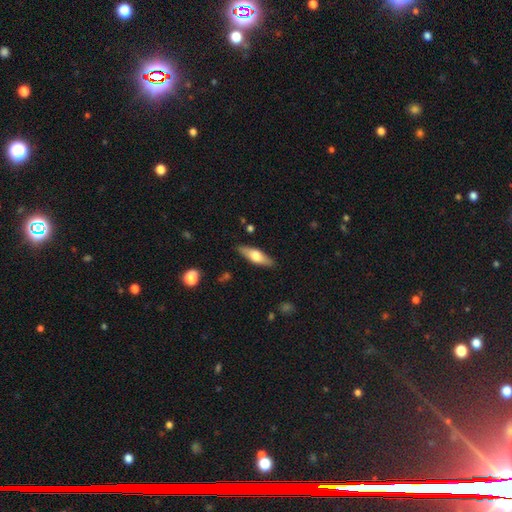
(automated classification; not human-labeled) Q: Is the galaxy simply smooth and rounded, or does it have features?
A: smooth — 51%.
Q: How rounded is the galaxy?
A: cigar-shaped — 51%.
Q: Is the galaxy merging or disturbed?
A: none — 86%.